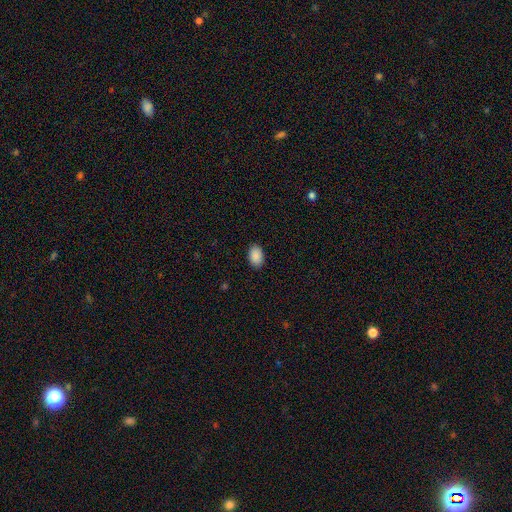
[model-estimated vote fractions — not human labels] Overall: smooth (90%). How rounded: in between (89%). Merging: none (89%).